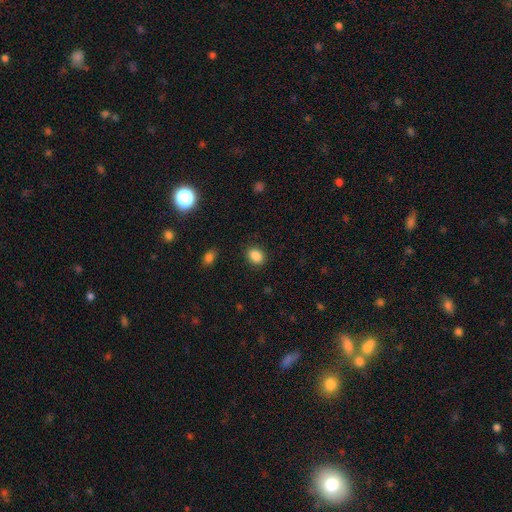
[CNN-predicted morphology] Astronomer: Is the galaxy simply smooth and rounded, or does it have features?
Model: smooth — 87%.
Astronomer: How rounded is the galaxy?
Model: in between — 55% (runner-up: round, 44%).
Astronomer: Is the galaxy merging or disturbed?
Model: none — 88%.